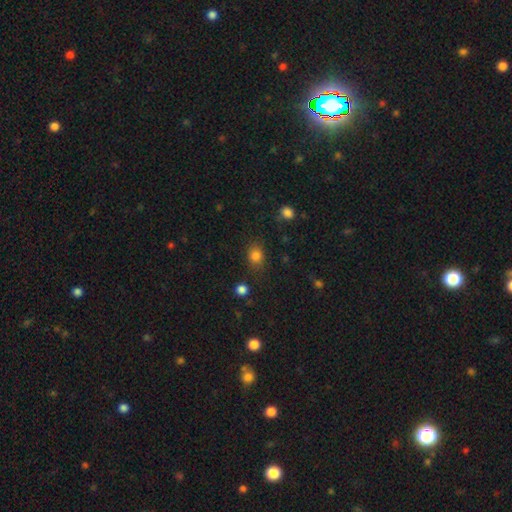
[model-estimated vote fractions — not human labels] This is clearly a smooth galaxy (82%). How rounded: possibly in between (51%). Merging: likely none (78%).